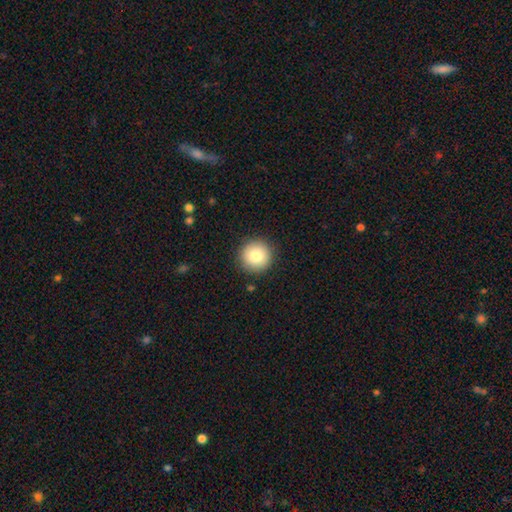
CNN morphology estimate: Smooth or featured: smooth — 83% (featured or disk — 9%)
How rounded: round — 95% (in between — 4%)
Merging: none — 90% (minor disturbance — 7%)